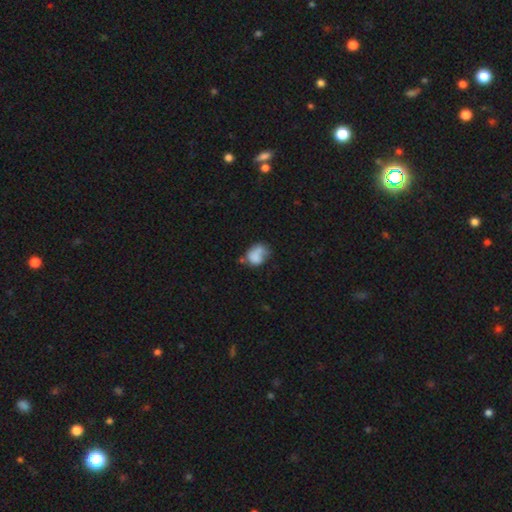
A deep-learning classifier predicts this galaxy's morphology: A smooth galaxy with no disk features (69%) that is in between round and cigar-shaped (60%). Merging: none (32%).